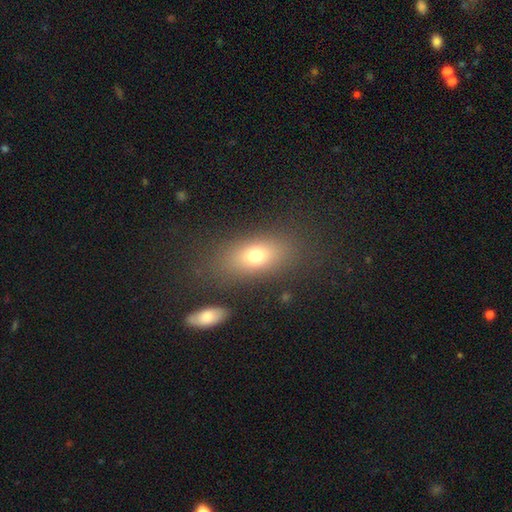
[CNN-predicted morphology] Smooth or featured: smooth — 71% (featured or disk — 16%)
How rounded: in between — 79% (round — 14%)
Merging: none — 77% (minor disturbance — 12%)